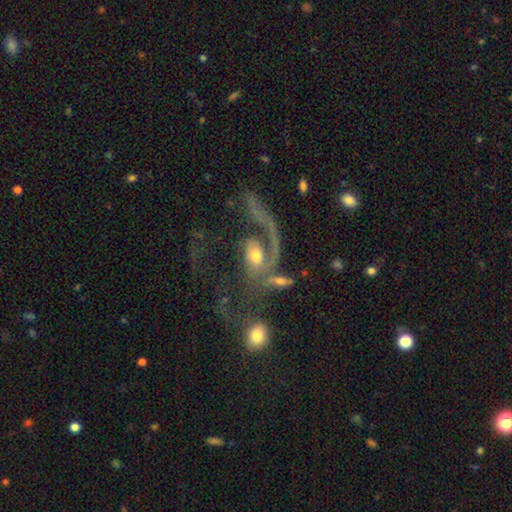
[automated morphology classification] featured or disk 67%, smooth 24%, star or artifact 9%. Down the decision tree: edge-on disk — no (95%); bar — no (69%); spiral arms — yes (75%); bulge size — moderate (56%); merging — major disturbance (39%).